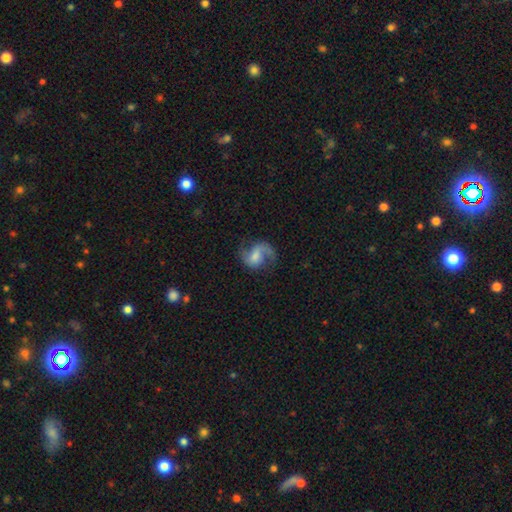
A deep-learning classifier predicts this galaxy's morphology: smooth_or_featured: featured or disk (p=0.77) [alt: smooth p=0.16]
disk_edge_on: no (p=0.98) [alt: yes p=0.02]
bar: weak (p=0.47) [alt: no p=0.40]
has_spiral_arms: yes (p=0.95) [alt: no p=0.05]
spiral_winding: loose (p=0.46) [alt: medium p=0.44]
spiral_arm_count: 2 (p=0.81) [alt: 1 p=0.13]
bulge_size: moderate (p=0.38) [alt: small p=0.30]
merging: none (p=0.66) [alt: minor disturbance p=0.18]